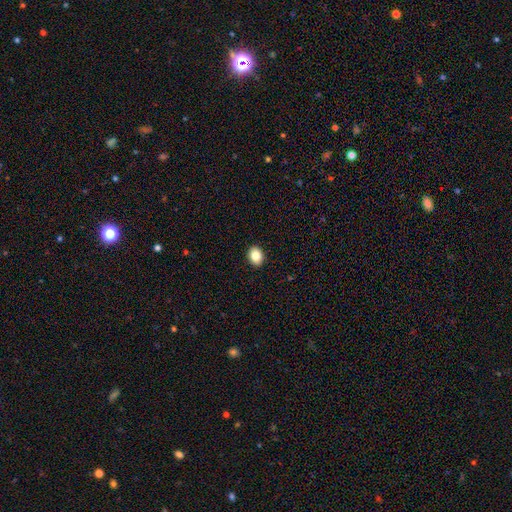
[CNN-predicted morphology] A smooth galaxy with no disk features (85%) that is in between round and cigar-shaped (61%).

Vote fractions:
- Smooth or featured? smooth: 85% / star or artifact: 9% / featured or disk: 6%
- How rounded? in between: 61% / round: 38% / cigar-shaped: 1%
- Merging? none: 91% / minor disturbance: 6% / major disturbance: 2% / merger: 1%